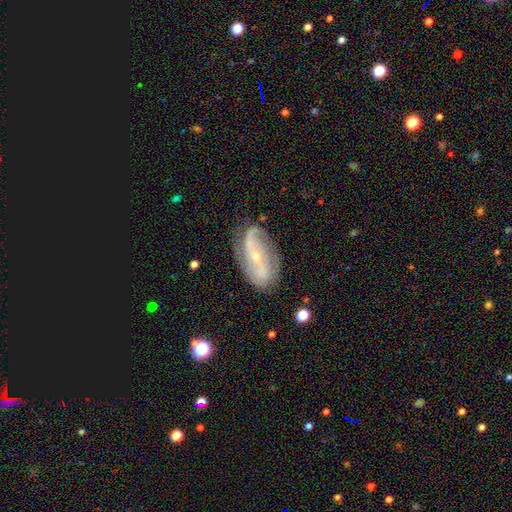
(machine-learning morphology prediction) Smooth or featured? Predicted: featured or disk (p=0.83). Edge-on disk? Predicted: no (p=0.94). Bar? Predicted: no (p=0.49). Spiral arms? Predicted: yes (p=0.93). Spiral winding? Predicted: medium (p=0.41). Spiral arm count? Predicted: 2 (p=0.66). Bulge size? Predicted: small (p=0.74). Merging? Predicted: none (p=0.71).